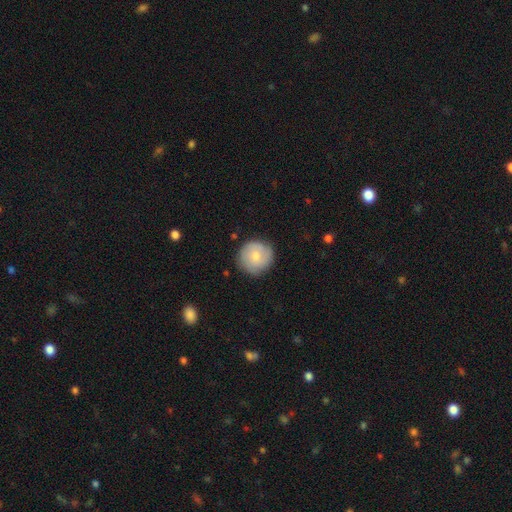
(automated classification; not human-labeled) Smooth or featured: smooth — 68% (featured or disk — 26%)
How rounded: round — 94% (in between — 5%)
Merging: none — 83% (minor disturbance — 13%)